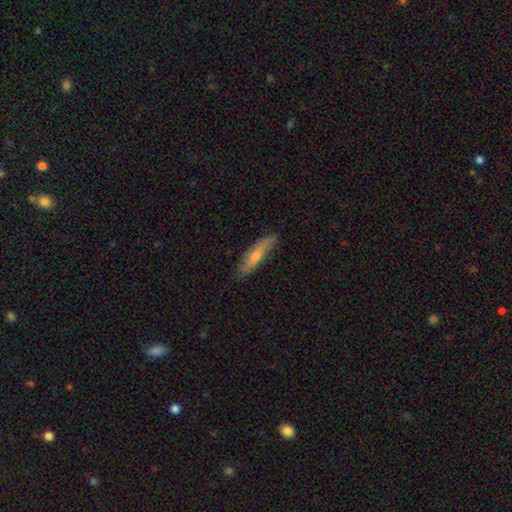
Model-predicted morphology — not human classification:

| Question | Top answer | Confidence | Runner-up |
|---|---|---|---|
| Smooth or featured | smooth | 53% | featured or disk (41%) |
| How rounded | cigar-shaped | 78% | in between (20%) |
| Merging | none | 78% | minor disturbance (18%) |